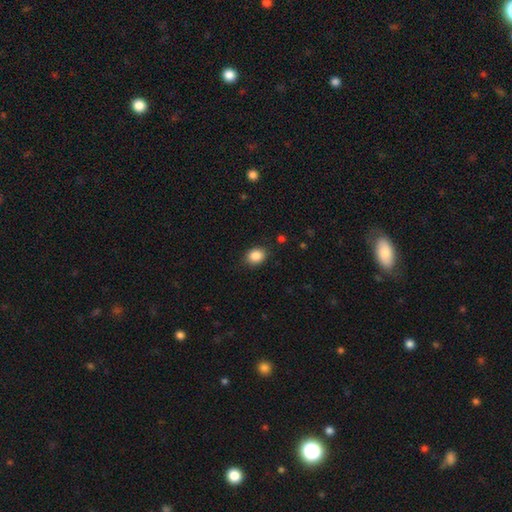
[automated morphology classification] Smooth or featured?
  - smooth: 87% *
  - star or artifact: 9%
  - featured or disk: 4%
How rounded?
  - in between: 50% *
  - round: 49%
  - cigar-shaped: 1%
Merging?
  - none: 87% *
  - minor disturbance: 10%
  - major disturbance: 3%
  - merger: 1%